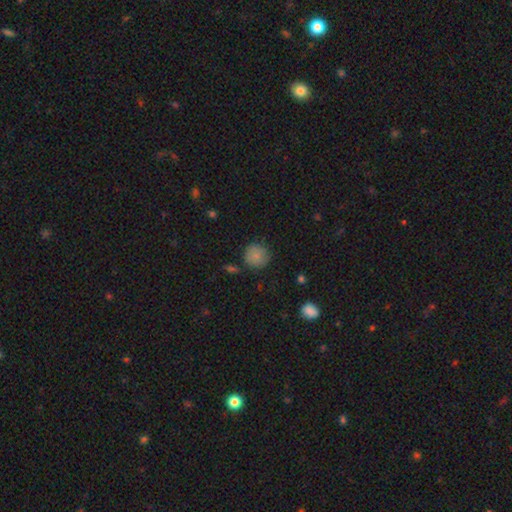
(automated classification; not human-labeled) Smooth or featured? Predicted: smooth (p=0.82). How rounded? Predicted: round (p=0.91). Merging? Predicted: none (p=0.78).